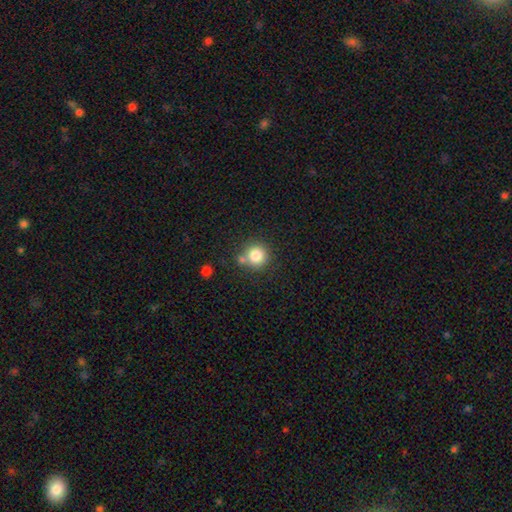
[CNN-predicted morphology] Overall: smooth (82%). How rounded: round (93%). Merging: none (71%).